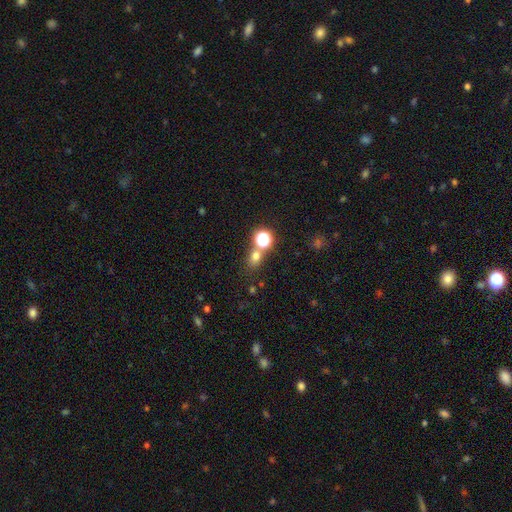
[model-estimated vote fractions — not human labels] Morphology: type=smooth (66%); roundness=round (61%); merging=none (65%).